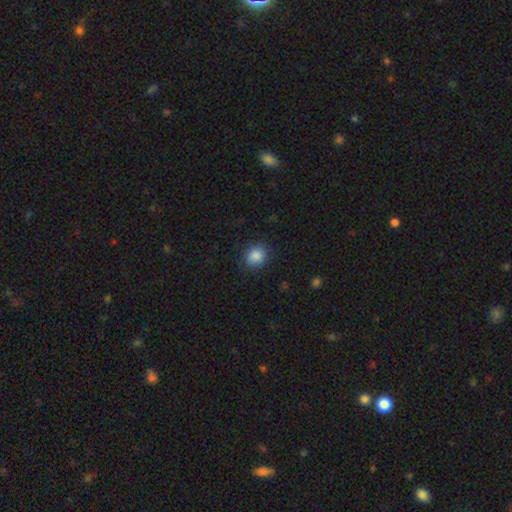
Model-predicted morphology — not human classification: Smooth or featured: smooth — 87% (star or artifact — 9%)
How rounded: round — 72% (in between — 27%)
Merging: none — 86% (minor disturbance — 10%)